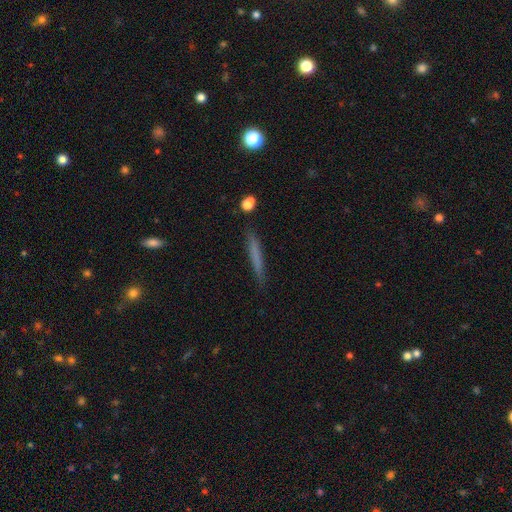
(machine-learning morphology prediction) Smooth or featured?
  - smooth: 65% *
  - featured or disk: 28%
  - star or artifact: 7%
How rounded?
  - cigar-shaped: 95% *
  - in between: 3%
  - round: 2%
Merging?
  - none: 86% *
  - minor disturbance: 10%
  - major disturbance: 2%
  - merger: 2%